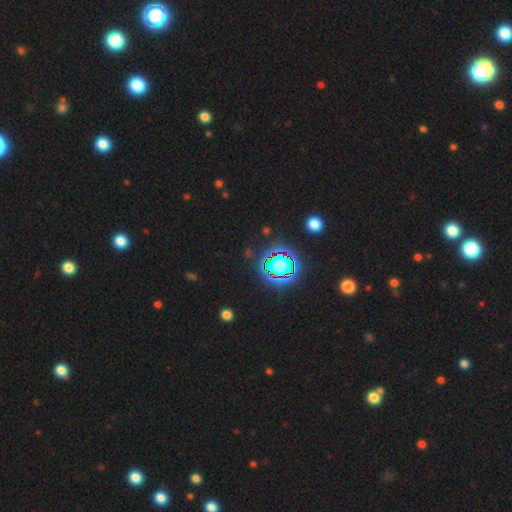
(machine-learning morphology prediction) Overall: star or artifact (82%).